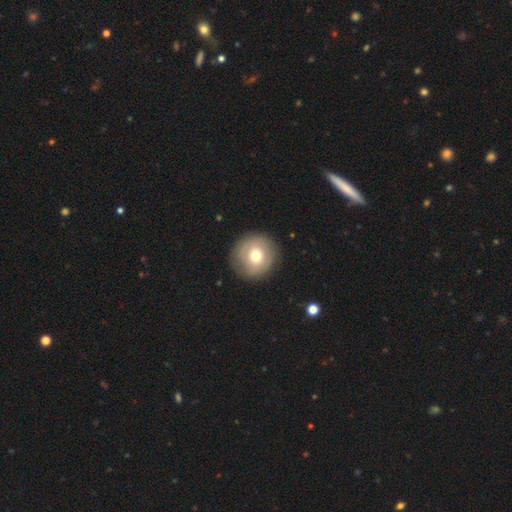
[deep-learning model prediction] This appears to be a smooth galaxy with no disk features (65%) that is round (93%). Merging: none (88%).